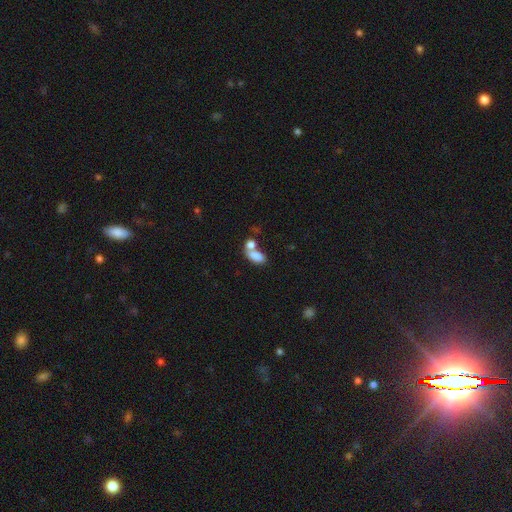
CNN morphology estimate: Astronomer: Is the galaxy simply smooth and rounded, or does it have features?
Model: smooth — 80%.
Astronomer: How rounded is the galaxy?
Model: in between — 86%.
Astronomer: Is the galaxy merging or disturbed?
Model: merger — 52% (runner-up: none, 32%).